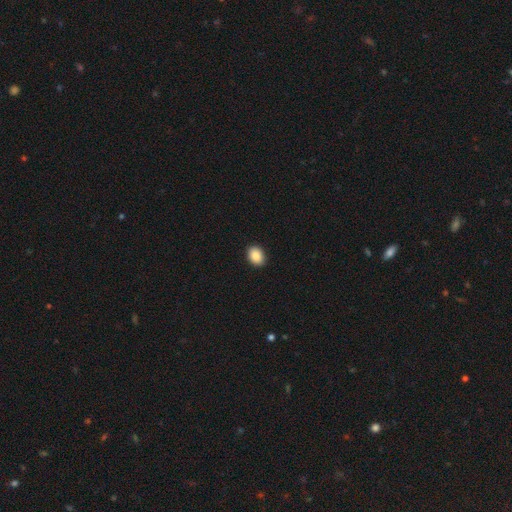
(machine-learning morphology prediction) smooth 89%, star or artifact 8%, featured or disk 3%. Down the decision tree: how rounded — in between (69%); merging — none (91%).